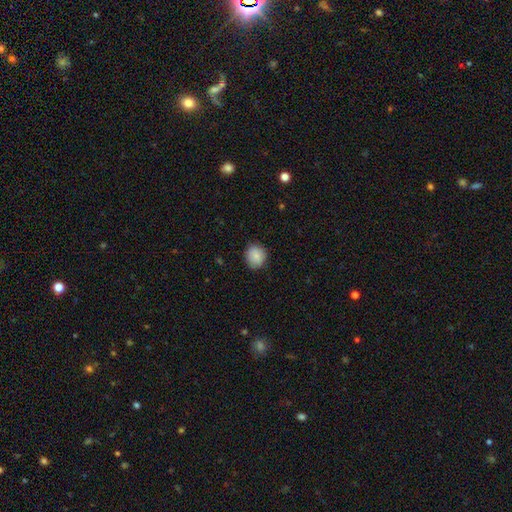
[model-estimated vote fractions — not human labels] Smooth or featured?
  - smooth: 86% *
  - star or artifact: 8%
  - featured or disk: 6%
How rounded?
  - round: 80% *
  - in between: 19%
  - cigar-shaped: 1%
Merging?
  - none: 83% *
  - minor disturbance: 13%
  - major disturbance: 3%
  - merger: 1%